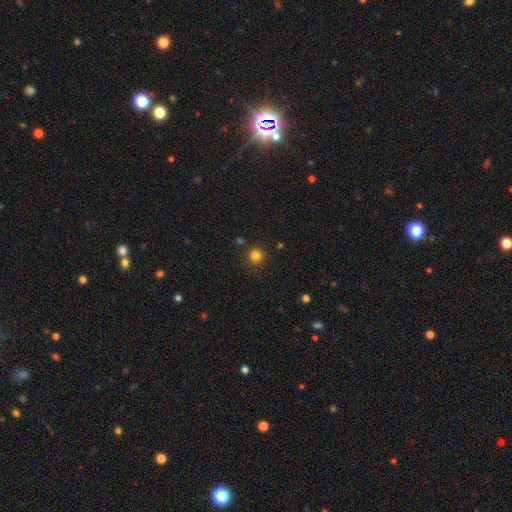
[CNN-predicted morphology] This is clearly a smooth galaxy (82%). How rounded: clearly round (94%). Merging: clearly none (88%).